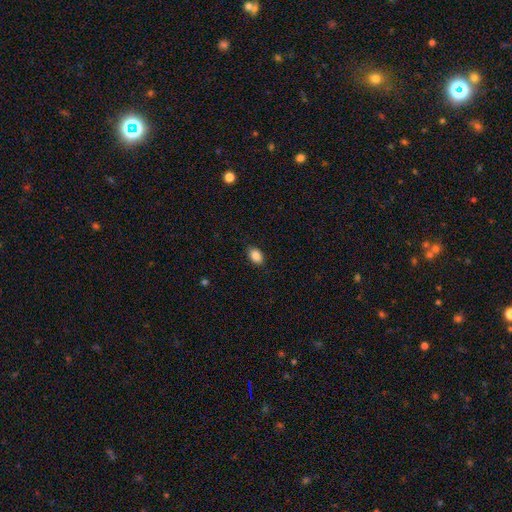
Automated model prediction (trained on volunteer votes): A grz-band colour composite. It shows a smooth galaxy with no disk features (87%) that is in between round and cigar-shaped (83%). Merging: none (88%).